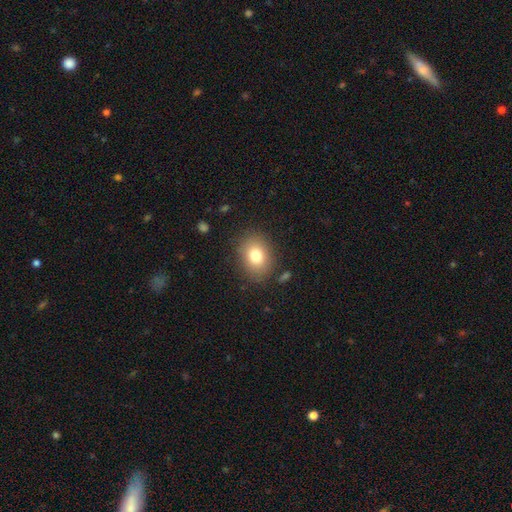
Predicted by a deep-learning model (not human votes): A smooth galaxy with no disk features (79%) that is in between round and cigar-shaped (58%).

Vote fractions:
- Smooth or featured? smooth: 79% / featured or disk: 11% / star or artifact: 10%
- How rounded? in between: 58% / round: 42% / cigar-shaped: 1%
- Merging? none: 84% / minor disturbance: 11% / major disturbance: 4% / merger: 2%